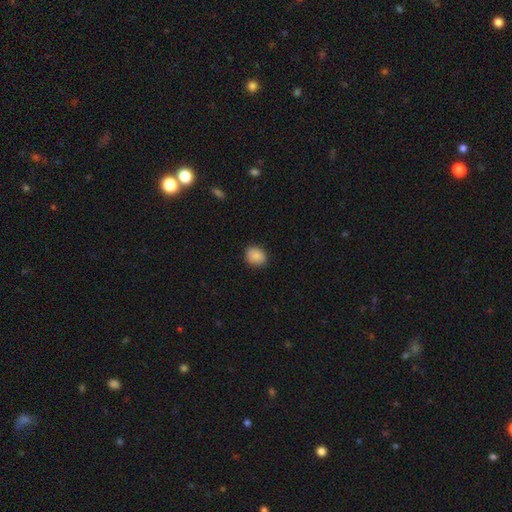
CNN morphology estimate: smooth_or_featured: smooth (p=0.87) [alt: star or artifact p=0.08]
how_rounded: round (p=0.63) [alt: in between p=0.36]
merging: none (p=0.86) [alt: minor disturbance p=0.11]